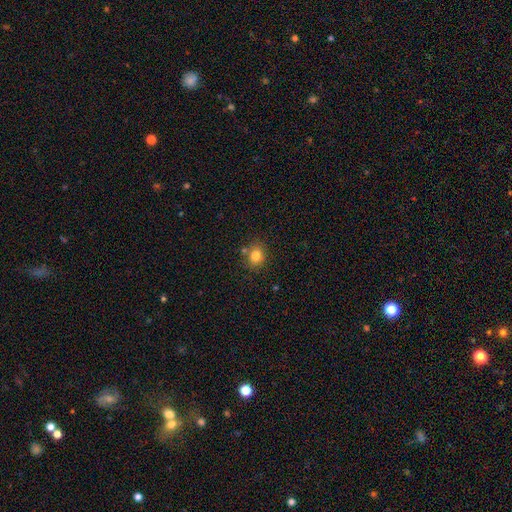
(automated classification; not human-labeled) Morphology: type=smooth (81%); roundness=round (60%); merging=none (74%).